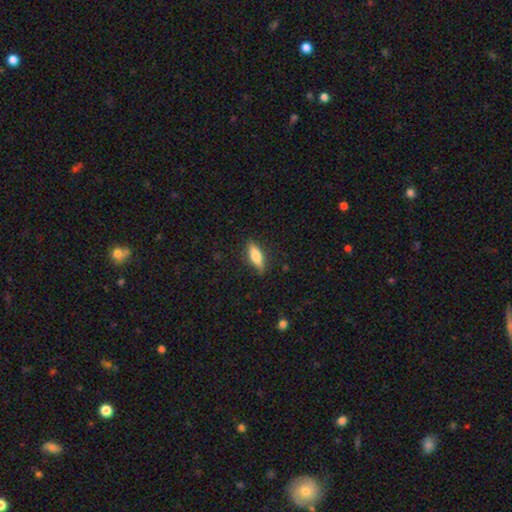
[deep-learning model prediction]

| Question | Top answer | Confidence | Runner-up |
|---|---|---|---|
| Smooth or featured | smooth | 68% | featured or disk (25%) |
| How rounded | in between | 49% | cigar-shaped (48%) |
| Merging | none | 82% | minor disturbance (14%) |